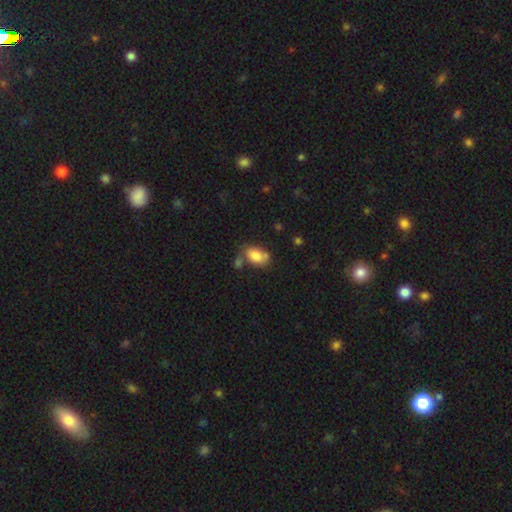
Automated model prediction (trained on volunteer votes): This is clearly a smooth galaxy (82%). How rounded: clearly in between (89%). Merging: possibly none (55%).